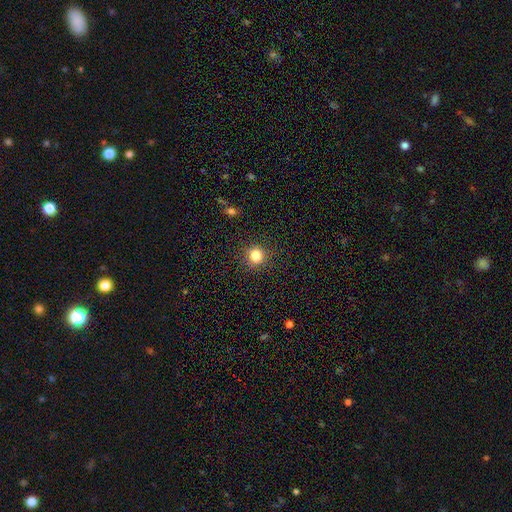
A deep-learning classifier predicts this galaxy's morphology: Q: Smooth or featured?
A: smooth (82%); runner-up: star or artifact (13%)
Q: How rounded?
A: round (93%); runner-up: in between (6%)
Q: Merging?
A: none (90%); runner-up: minor disturbance (6%)